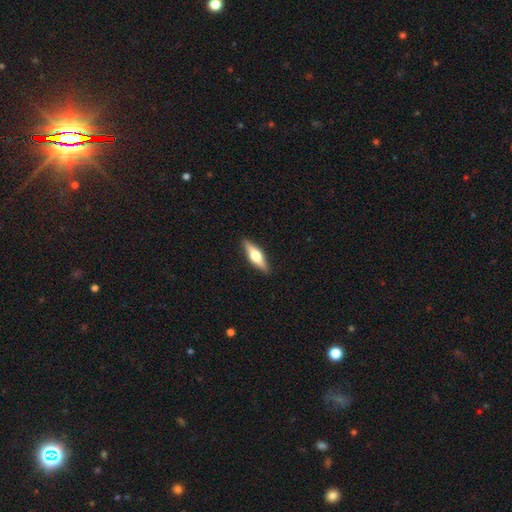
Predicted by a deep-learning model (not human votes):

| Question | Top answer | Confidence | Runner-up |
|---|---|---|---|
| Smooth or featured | featured or disk | 50% | smooth (44%) |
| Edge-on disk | yes | 93% | no (7%) |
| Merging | none | 90% | minor disturbance (8%) |